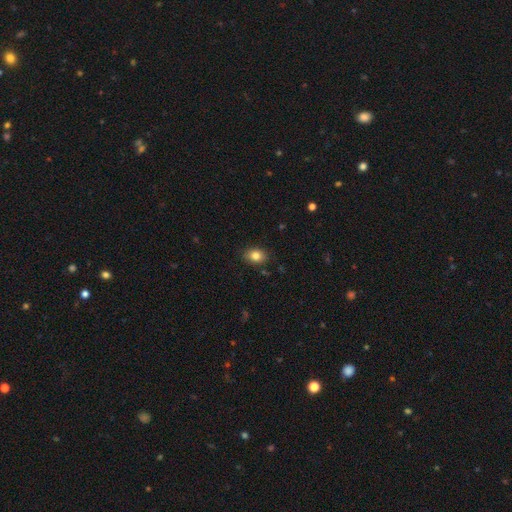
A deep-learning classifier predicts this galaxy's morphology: This is clearly a smooth galaxy (83%). How rounded: likely in between (68%). Merging: clearly none (86%).